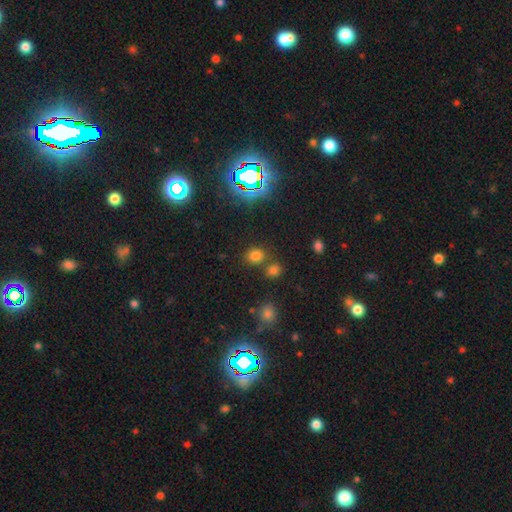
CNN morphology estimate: A smooth galaxy with no disk features (70%) that is round (65%). Merging: none (72%).